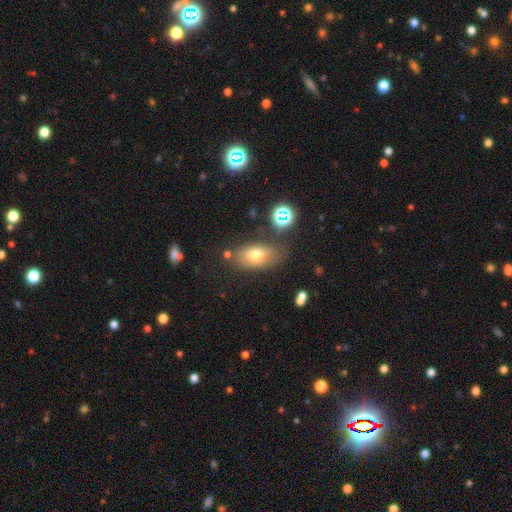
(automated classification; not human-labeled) This is likely a smooth galaxy (70%). How rounded: clearly in between (86%). Merging: likely none (69%).